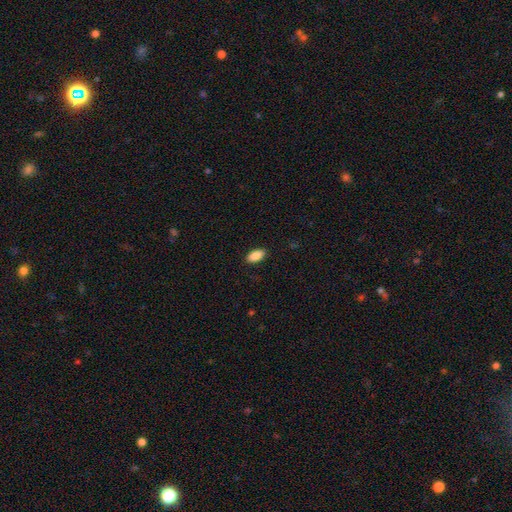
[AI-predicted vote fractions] smooth 88%, star or artifact 7%, featured or disk 5%. Down the decision tree: how rounded — in between (91%); merging — none (89%).